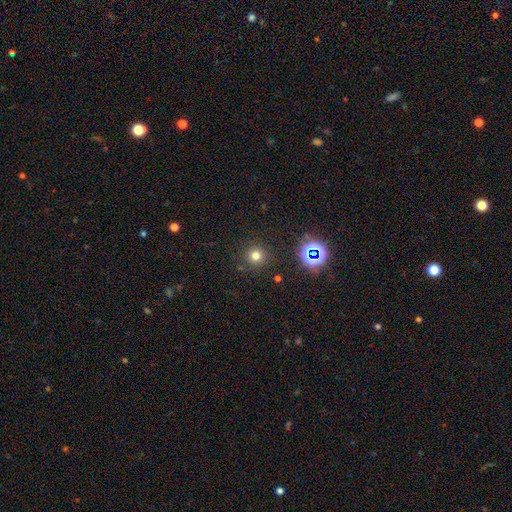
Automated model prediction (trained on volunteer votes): Morphology: type=smooth (72%); roundness=round (94%); merging=none (88%).